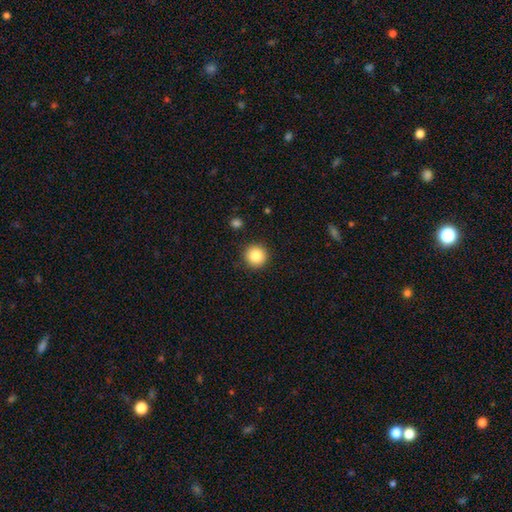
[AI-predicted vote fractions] smooth-or-featured: smooth: 86% | star or artifact: 9% | featured or disk: 5%
  how-rounded: round: 95% | in between: 4% | cigar-shaped: 1%
  merging: none: 91% | minor disturbance: 6% | major disturbance: 2% | merger: 1%